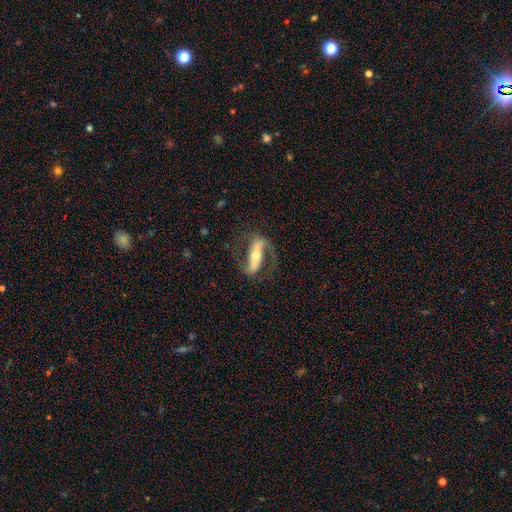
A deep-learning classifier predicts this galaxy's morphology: Smooth or featured? Predicted: featured or disk (p=0.83). Edge-on disk? Predicted: no (p=0.86). Bar? Predicted: strong (p=0.66). Spiral arms? Predicted: yes (p=0.92). Spiral winding? Predicted: medium (p=0.43). Spiral arm count? Predicted: 2 (p=0.85). Bulge size? Predicted: moderate (p=0.53). Merging? Predicted: none (p=0.71).